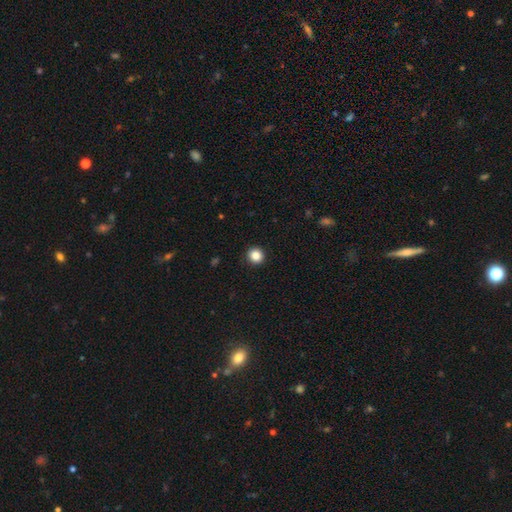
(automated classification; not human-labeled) Morphology: type=smooth (85%); roundness=round (92%); merging=none (93%).